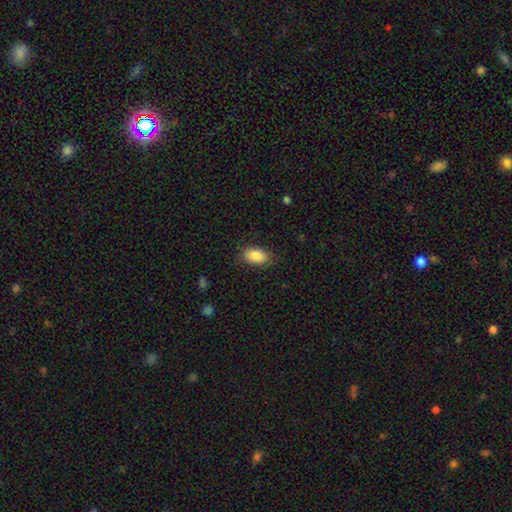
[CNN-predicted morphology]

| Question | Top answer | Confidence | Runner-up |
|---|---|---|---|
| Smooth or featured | smooth | 87% | star or artifact (7%) |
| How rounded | in between | 92% | round (5%) |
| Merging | none | 82% | minor disturbance (14%) |